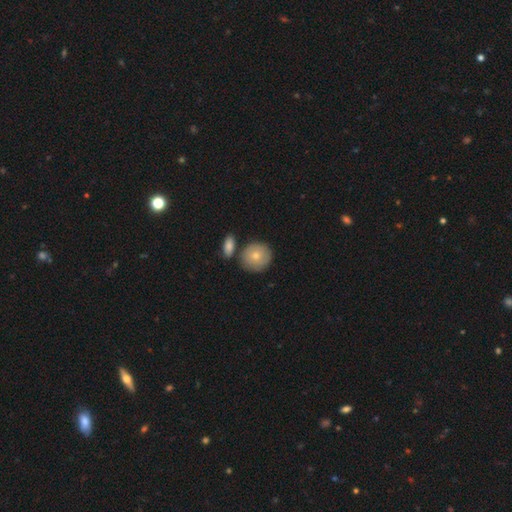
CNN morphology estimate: This appears to be a smooth galaxy with no disk features (75%) that is round (88%). Merging: none (73%).